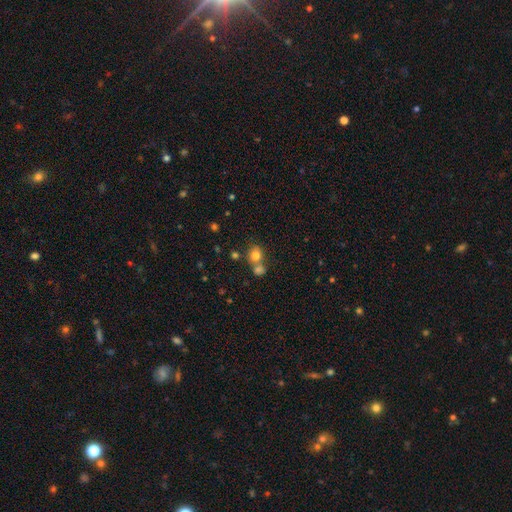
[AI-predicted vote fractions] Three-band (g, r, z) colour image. It shows a smooth galaxy with no disk features (79%) that is round (75%). Merging: none (50%).